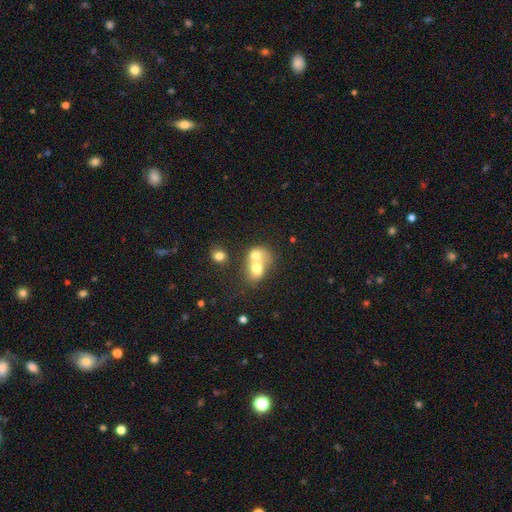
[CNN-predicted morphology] This is likely a smooth galaxy (67%). How rounded: possibly round (53%). Merging: likely merger (75%).